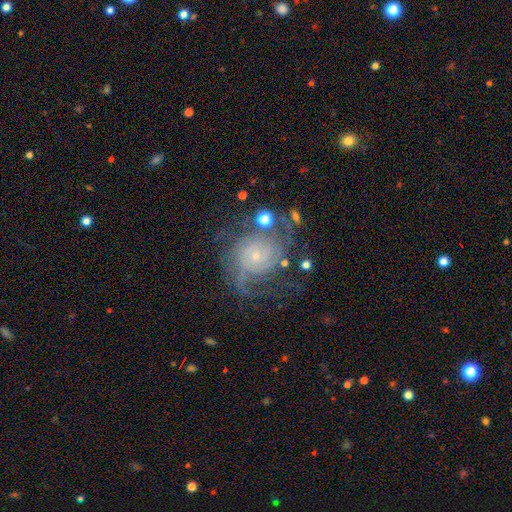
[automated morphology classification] This appears to be a featured or disk galaxy (84%) with no bar (78%), tight (59%) spiral arms (95%) and a small central bulge (81%). Merging: none (61%).